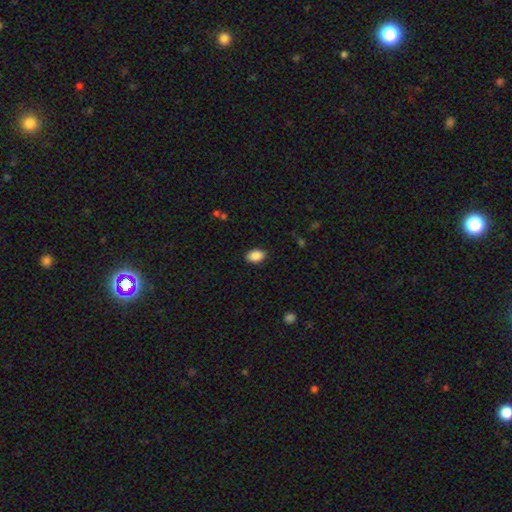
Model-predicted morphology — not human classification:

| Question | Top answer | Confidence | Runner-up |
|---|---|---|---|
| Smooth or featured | smooth | 89% | star or artifact (7%) |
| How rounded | in between | 88% | round (11%) |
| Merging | none | 87% | minor disturbance (10%) |